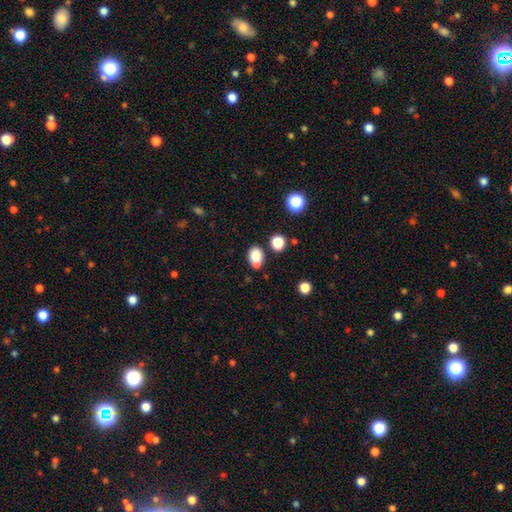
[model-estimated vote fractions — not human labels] This appears to be a smooth galaxy with no disk features (81%) that is in between round and cigar-shaped (70%). Merging: none (51%).